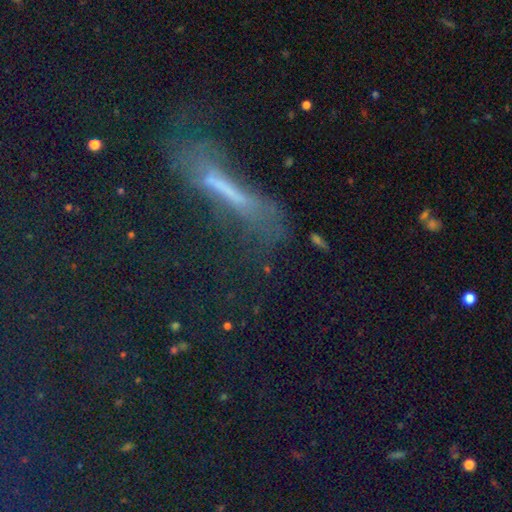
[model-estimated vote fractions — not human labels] Smooth or featured?
  - star or artifact: 43% *
  - featured or disk: 29%
  - smooth: 29%